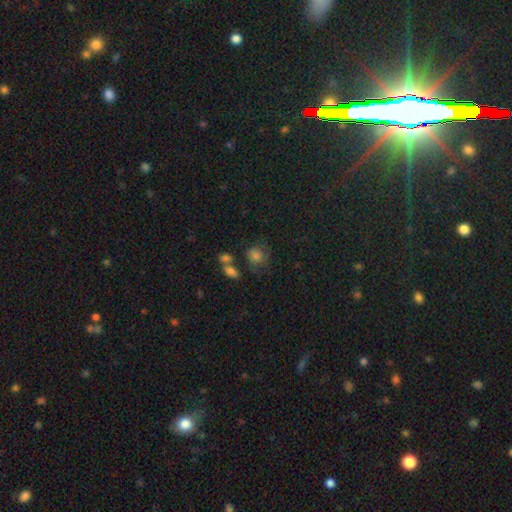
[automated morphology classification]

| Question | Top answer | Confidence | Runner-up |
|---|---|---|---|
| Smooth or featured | smooth | 70% | featured or disk (17%) |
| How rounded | round | 74% | in between (25%) |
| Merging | none | 53% | minor disturbance (21%) |